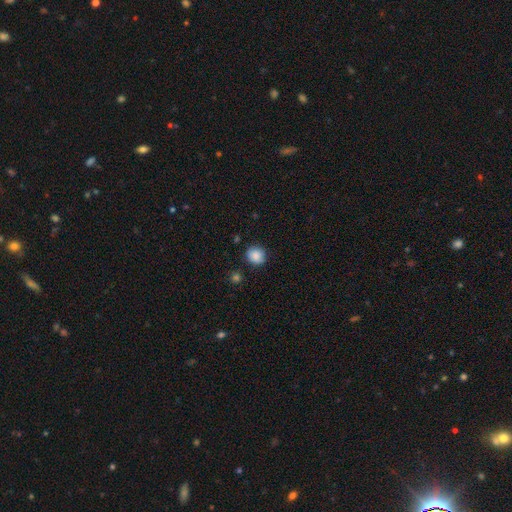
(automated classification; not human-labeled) Smooth or featured? smooth (86%)
How rounded? round (82%)
Merging? none (82%)